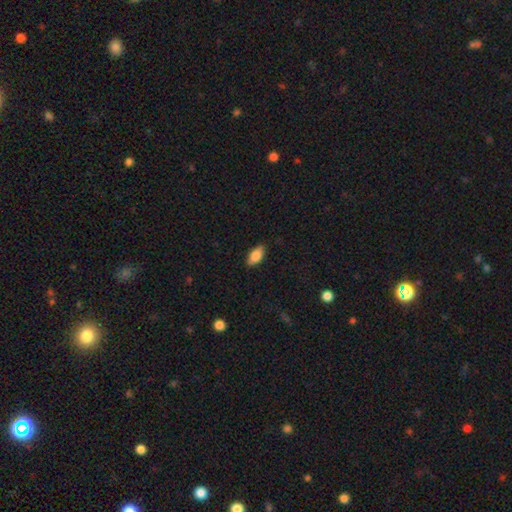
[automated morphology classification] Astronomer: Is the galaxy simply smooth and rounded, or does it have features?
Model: smooth — 83%.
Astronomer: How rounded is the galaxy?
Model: in between — 90%.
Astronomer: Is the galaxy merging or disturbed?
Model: none — 86%.